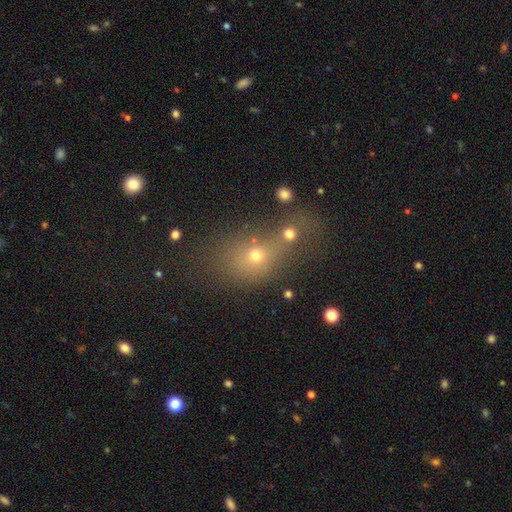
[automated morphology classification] type=smooth (55%); roundness=round (51%); merging=merger (51%).